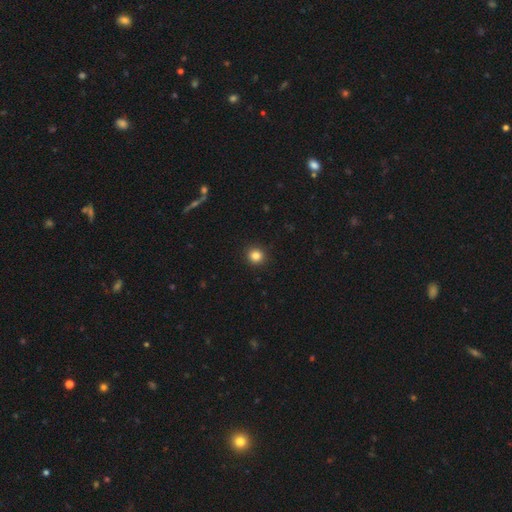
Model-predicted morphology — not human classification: Smooth or featured? Predicted: smooth (p=0.84). How rounded? Predicted: round (p=0.93). Merging? Predicted: none (p=0.93).